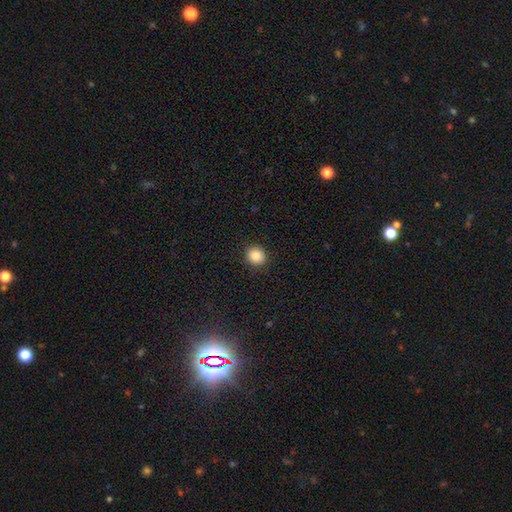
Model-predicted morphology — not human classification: The model was most divided on "how rounded": round: 83%, in between: 16%, cigar-shaped: 1%. More confident: merging — none (91%); smooth or featured — smooth (87%).